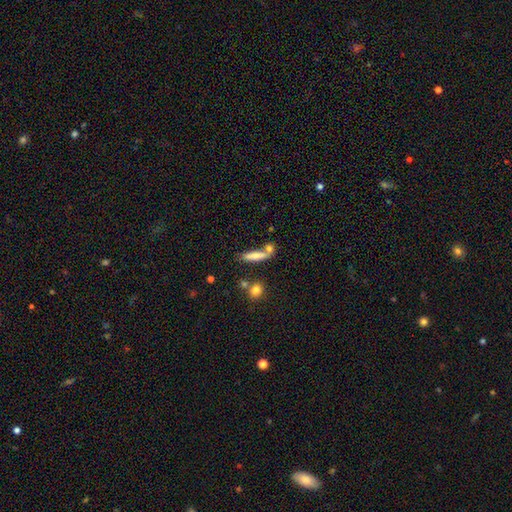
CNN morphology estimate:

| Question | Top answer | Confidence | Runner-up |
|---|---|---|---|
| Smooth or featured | smooth | 67% | featured or disk (24%) |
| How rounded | cigar-shaped | 76% | in between (21%) |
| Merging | none | 55% | merger (25%) |